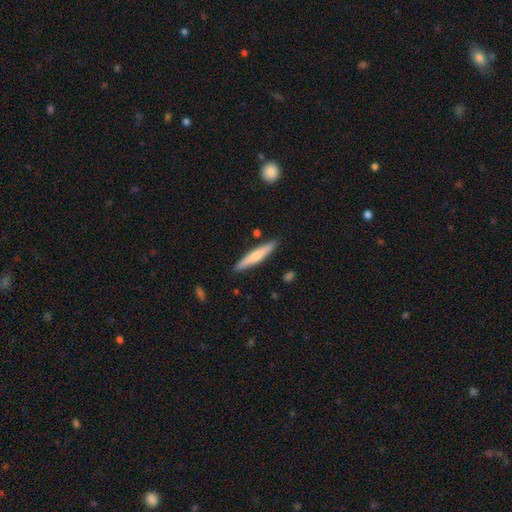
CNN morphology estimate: smooth_or_featured: smooth (p=0.58) [alt: featured or disk p=0.37]
how_rounded: cigar-shaped (p=0.91) [alt: in between p=0.07]
merging: none (p=0.88) [alt: minor disturbance p=0.08]